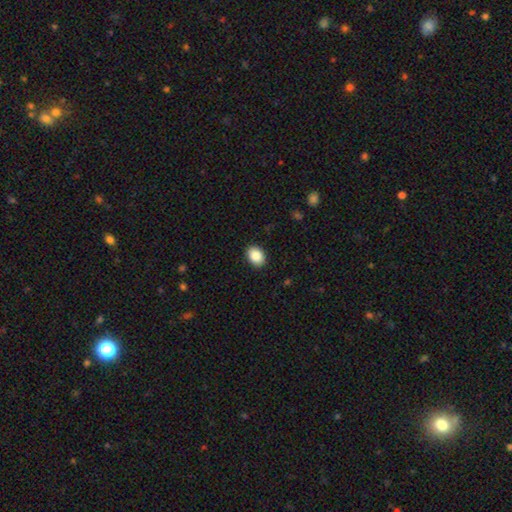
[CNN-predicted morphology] The model was most divided on "how rounded": in between: 68%, round: 31%, cigar-shaped: 1%. More confident: merging — none (90%); smooth or featured — smooth (88%).